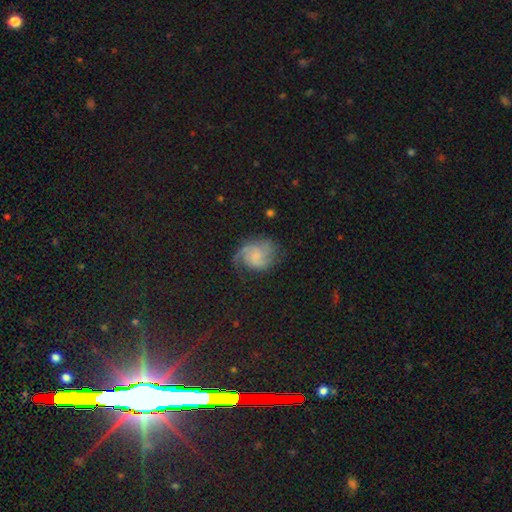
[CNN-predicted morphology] Smooth or featured? Predicted: featured or disk (p=0.72). Edge-on disk? Predicted: no (p=0.98). Bar? Predicted: no (p=0.67). Spiral arms? Predicted: yes (p=0.95). Spiral winding? Predicted: medium (p=0.45). Spiral arm count? Predicted: 2 (p=0.34). Bulge size? Predicted: none (p=0.47). Merging? Predicted: none (p=0.64).